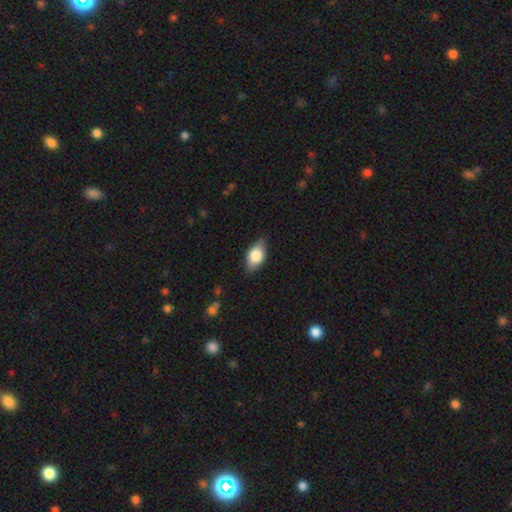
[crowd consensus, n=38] Smooth or featured? smooth (79%)
How rounded? in between (93%)
Merging? none (65%)